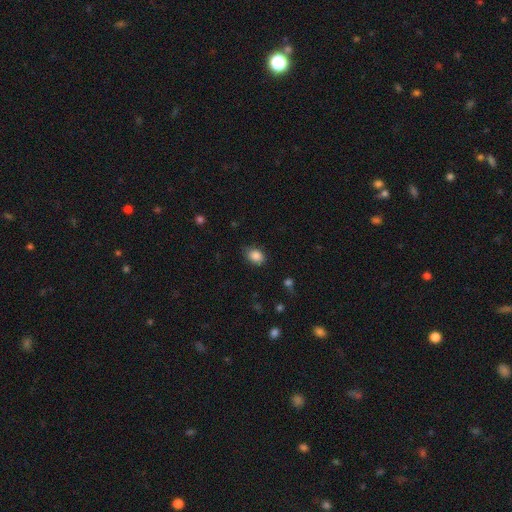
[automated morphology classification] This appears to be a smooth galaxy with no disk features (87%) that is in between round and cigar-shaped (65%). Merging: none (75%).